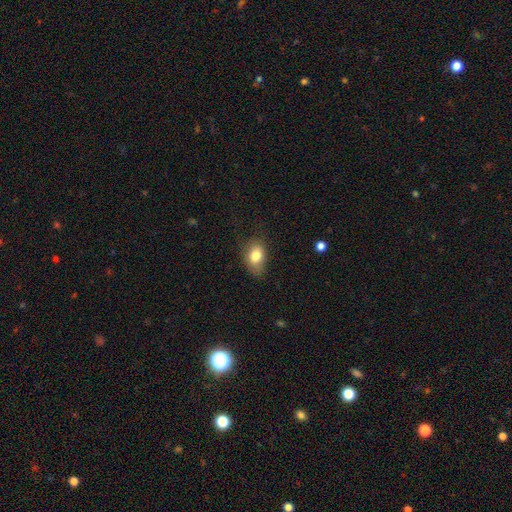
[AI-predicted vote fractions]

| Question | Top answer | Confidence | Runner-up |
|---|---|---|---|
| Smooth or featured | smooth | 80% | featured or disk (11%) |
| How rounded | in between | 79% | round (20%) |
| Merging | none | 66% | minor disturbance (25%) |